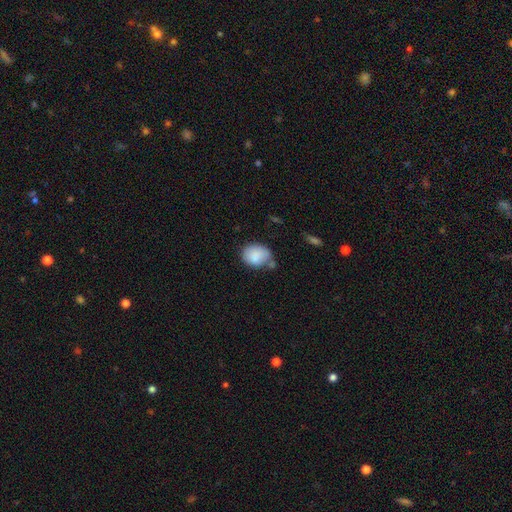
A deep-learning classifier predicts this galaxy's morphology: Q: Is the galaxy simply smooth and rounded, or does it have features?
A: smooth — 85%.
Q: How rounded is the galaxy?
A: in between — 58%.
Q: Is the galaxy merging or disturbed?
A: none — 52%.